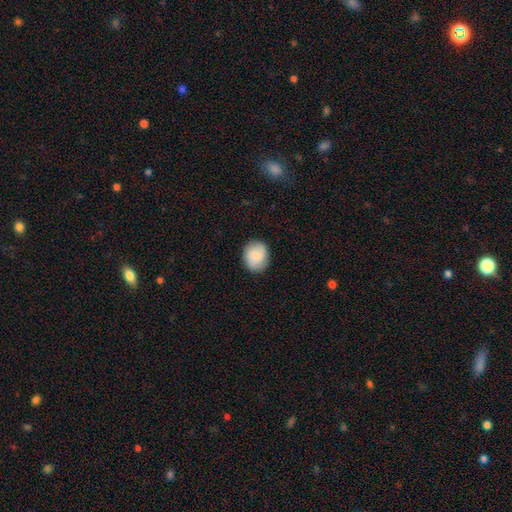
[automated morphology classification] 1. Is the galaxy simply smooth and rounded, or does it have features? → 80% smooth, 13% featured or disk, 7% star or artifact.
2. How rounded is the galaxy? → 61% round, 38% in between, 1% cigar-shaped.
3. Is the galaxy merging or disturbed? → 85% none, 12% minor disturbance, 3% major disturbance, 1% merger.